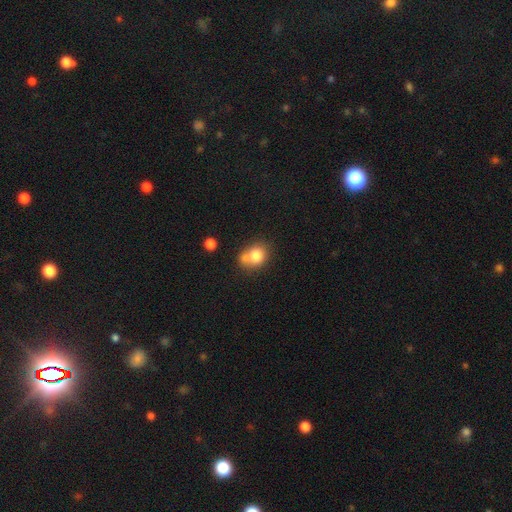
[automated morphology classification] smooth-or-featured: smooth: 78% | featured or disk: 12% | star or artifact: 10%
  how-rounded: round: 63% | in between: 36% | cigar-shaped: 1%
  merging: none: 45% | merger: 36% | minor disturbance: 14% | major disturbance: 5%